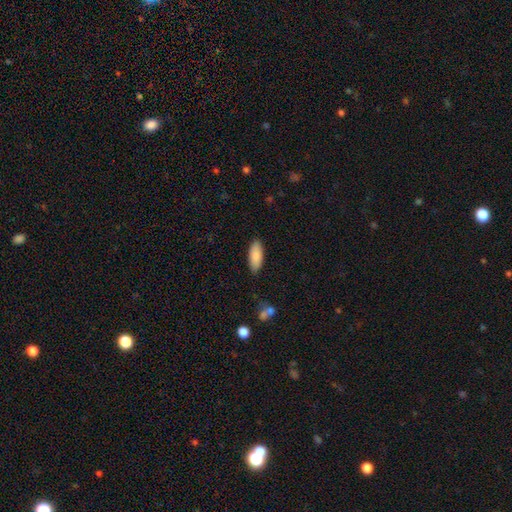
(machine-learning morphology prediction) Smooth or featured: smooth — 87% (featured or disk — 6%)
How rounded: in between — 78% (cigar-shaped — 20%)
Merging: none — 86% (minor disturbance — 10%)